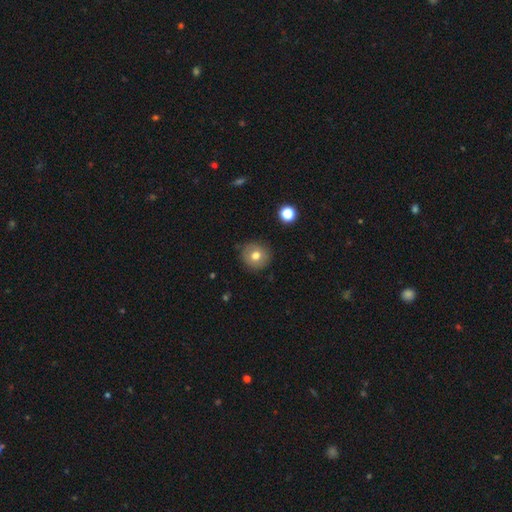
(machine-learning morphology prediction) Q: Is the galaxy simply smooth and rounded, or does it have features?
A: smooth — 73%.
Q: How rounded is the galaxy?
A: round — 93%.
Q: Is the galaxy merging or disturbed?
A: none — 87%.